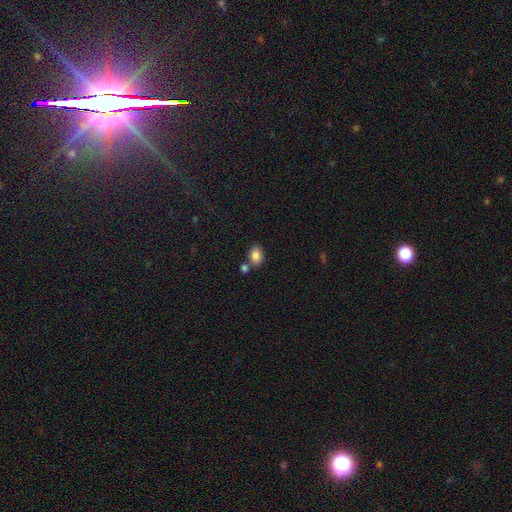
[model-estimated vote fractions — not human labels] A smooth galaxy with no disk features (86%) that is in between round and cigar-shaped (78%). Merging: none (62%).